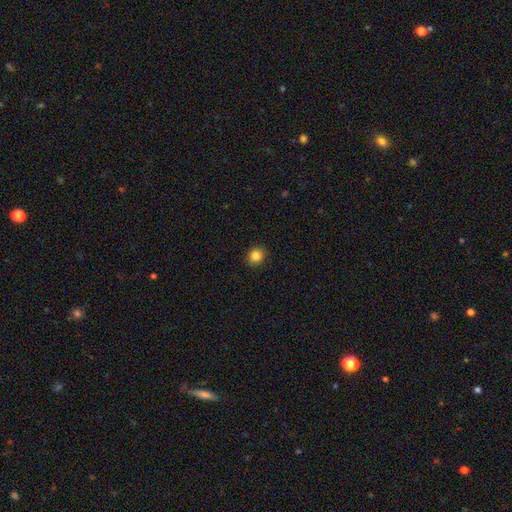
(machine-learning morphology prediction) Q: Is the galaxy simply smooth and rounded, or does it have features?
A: smooth — 85%.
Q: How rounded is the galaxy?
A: round — 81%.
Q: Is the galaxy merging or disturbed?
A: none — 92%.